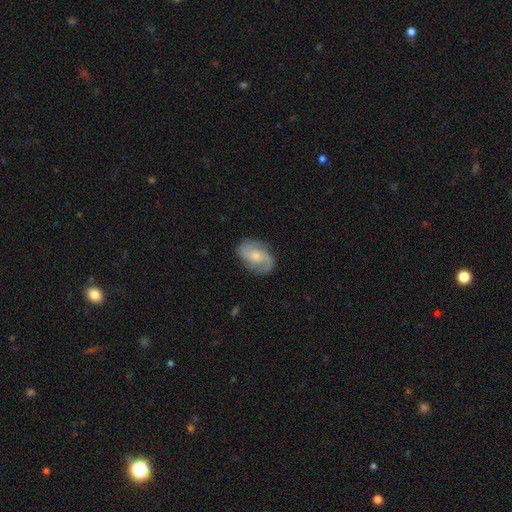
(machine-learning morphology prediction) smooth_or_featured: featured or disk (p=0.73) [alt: smooth p=0.20]
disk_edge_on: no (p=0.97) [alt: yes p=0.03]
bar: no (p=0.60) [alt: weak p=0.34]
has_spiral_arms: yes (p=0.95) [alt: no p=0.05]
spiral_winding: medium (p=0.48) [alt: loose p=0.30]
spiral_arm_count: 2 (p=0.80) [alt: can't tell p=0.07]
bulge_size: moderate (p=0.48) [alt: small p=0.40]
merging: none (p=0.79) [alt: minor disturbance p=0.15]